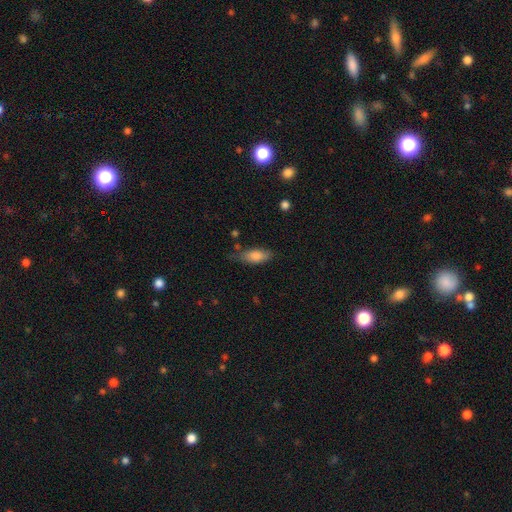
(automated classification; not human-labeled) A smooth galaxy with no disk features (81%) that is in between round and cigar-shaped (80%). Merging: none (67%).